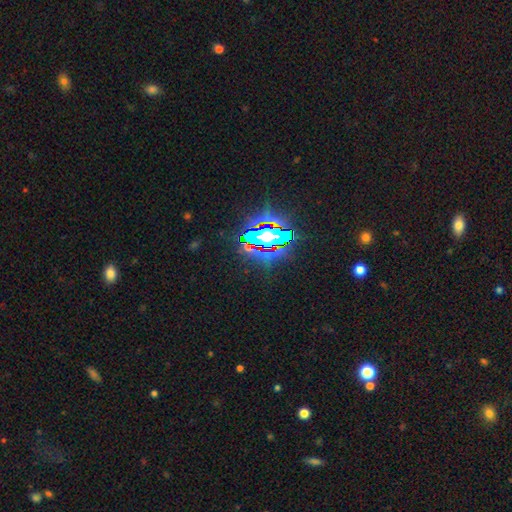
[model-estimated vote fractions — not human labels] Q: Smooth or featured?
A: star or artifact (84%); runner-up: smooth (9%)